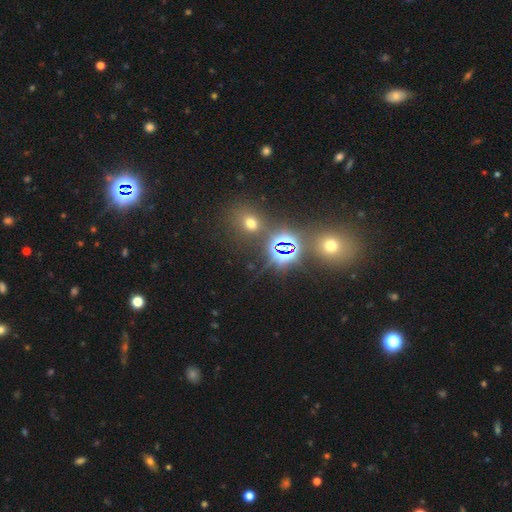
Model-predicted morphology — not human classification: Smooth or featured: star or artifact — 57% (smooth — 33%)